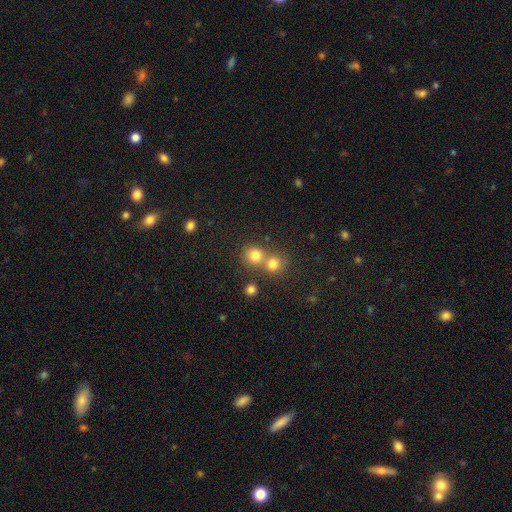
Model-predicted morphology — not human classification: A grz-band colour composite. It shows a smooth galaxy with no disk features (79%) that is round (86%). Merging: none (48%).